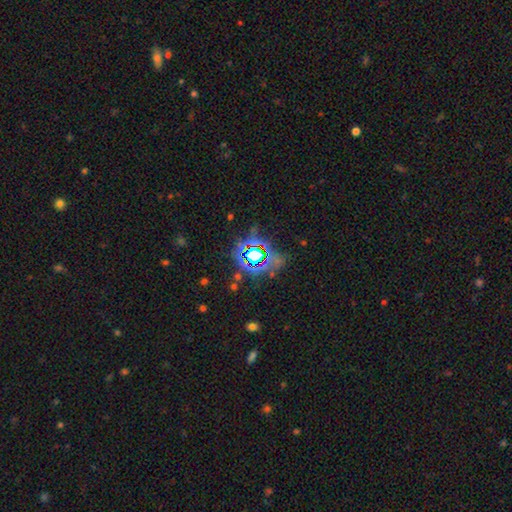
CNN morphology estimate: type=star or artifact (68%).